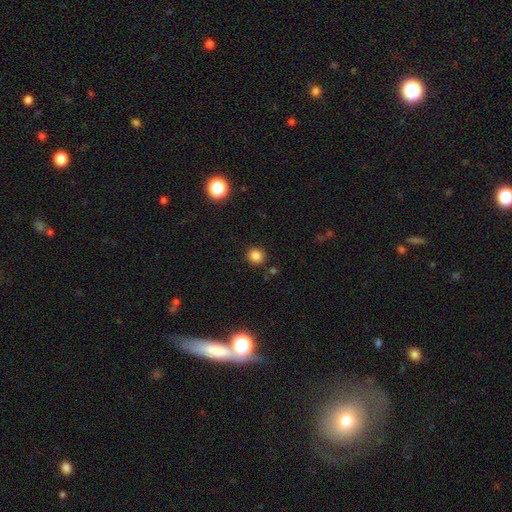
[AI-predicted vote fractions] Morphology: type=smooth (84%); roundness=round (88%); merging=none (88%).